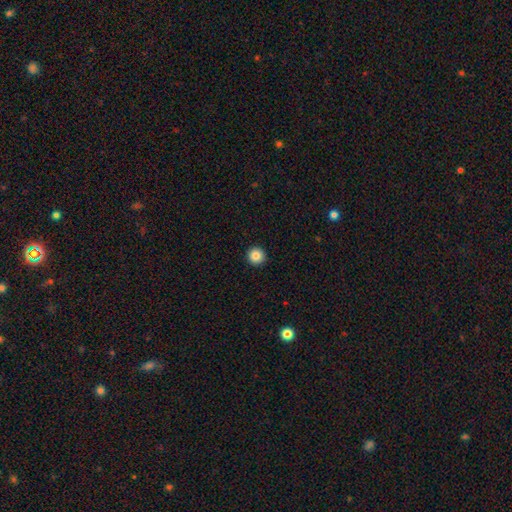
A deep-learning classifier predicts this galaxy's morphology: Smooth or featured: smooth — 86% (star or artifact — 10%)
How rounded: round — 96% (in between — 3%)
Merging: none — 94% (minor disturbance — 4%)